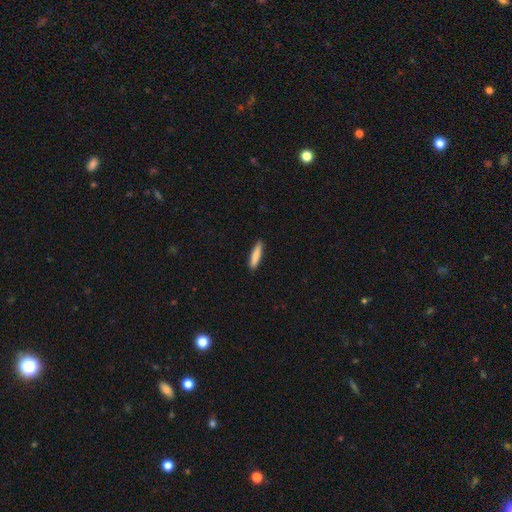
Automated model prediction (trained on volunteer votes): A smooth galaxy with no disk features (84%) that is cigar-shaped (83%).

Vote fractions:
- Smooth or featured? smooth: 84% / featured or disk: 10% / star or artifact: 6%
- How rounded? cigar-shaped: 83% / in between: 15% / round: 1%
- Merging? none: 90% / minor disturbance: 7% / major disturbance: 2% / merger: 1%